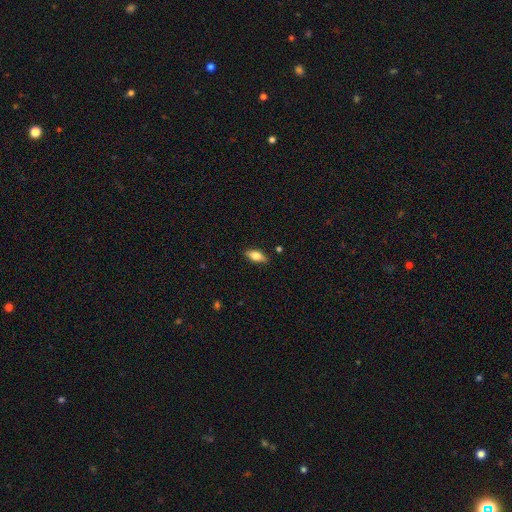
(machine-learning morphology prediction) This is likely a smooth galaxy (71%). How rounded: likely in between (79%). Merging: clearly none (86%).